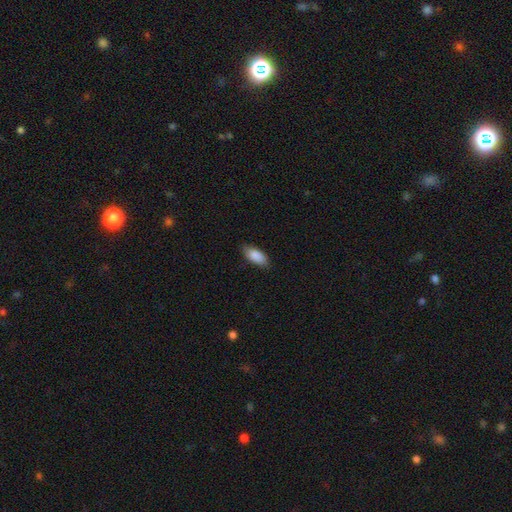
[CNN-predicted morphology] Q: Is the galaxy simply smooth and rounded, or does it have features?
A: smooth — 88%.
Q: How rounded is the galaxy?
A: in between — 88%.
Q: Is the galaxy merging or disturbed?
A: none — 84%.